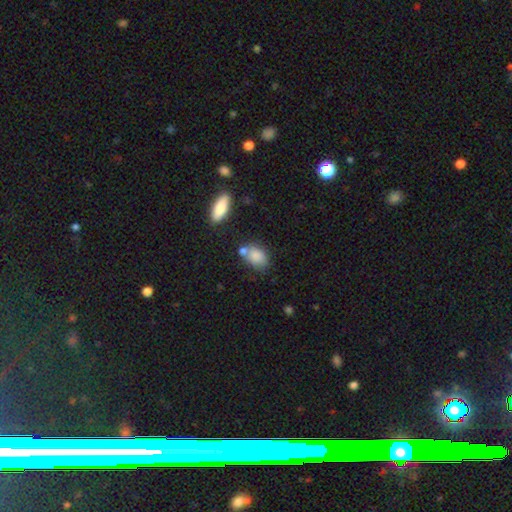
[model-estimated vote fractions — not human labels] Smooth or featured? Predicted: smooth (p=0.83). How rounded? Predicted: in between (p=0.79). Merging? Predicted: none (p=0.52).